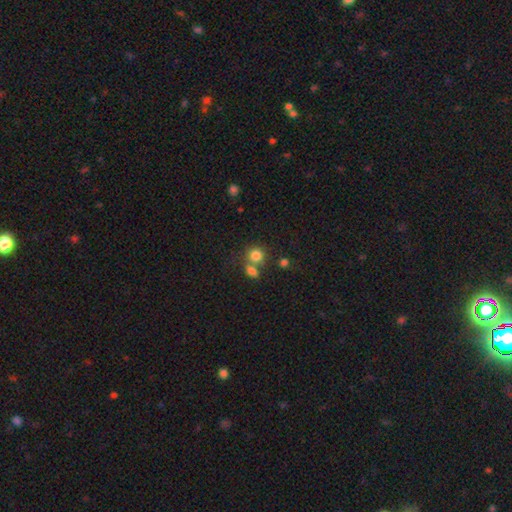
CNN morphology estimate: smooth_or_featured: smooth (p=0.79) [alt: star or artifact p=0.12]
how_rounded: round (p=0.81) [alt: in between p=0.18]
merging: none (p=0.50) [alt: merger p=0.36]